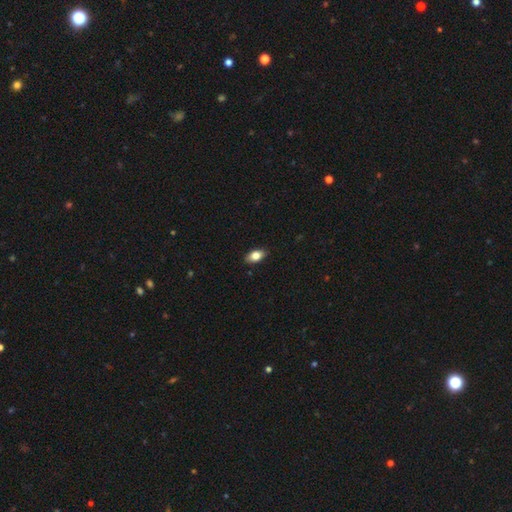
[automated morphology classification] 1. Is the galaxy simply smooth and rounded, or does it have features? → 81% smooth, 11% featured or disk, 7% star or artifact.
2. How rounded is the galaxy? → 89% in between, 7% round, 4% cigar-shaped.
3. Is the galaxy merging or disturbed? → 88% none, 9% minor disturbance, 2% major disturbance, 1% merger.